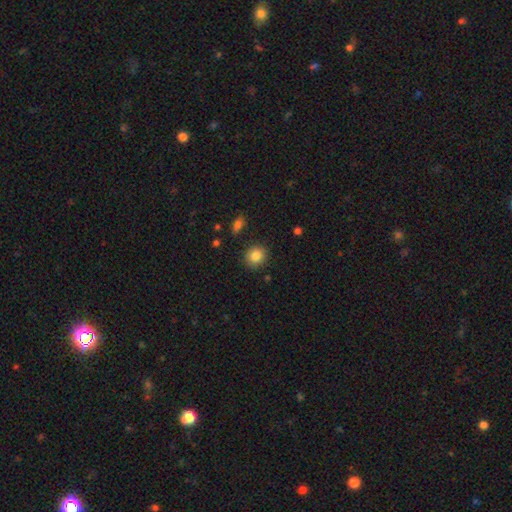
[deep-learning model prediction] Q: Smooth or featured?
A: smooth (84%); runner-up: star or artifact (9%)
Q: How rounded?
A: round (83%); runner-up: in between (16%)
Q: Merging?
A: none (89%); runner-up: minor disturbance (7%)